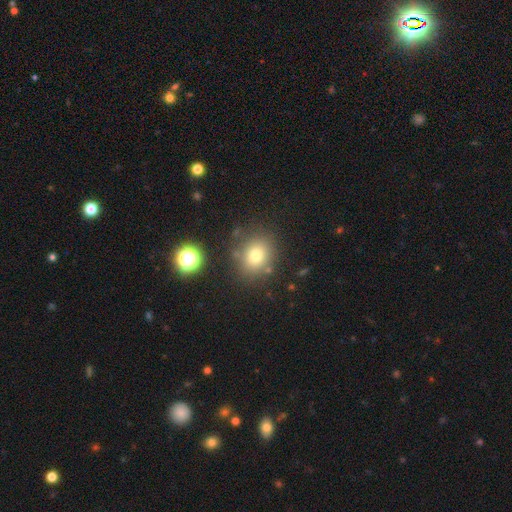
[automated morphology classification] This appears to be a smooth galaxy with no disk features (75%) that is round (69%). Merging: none (80%).